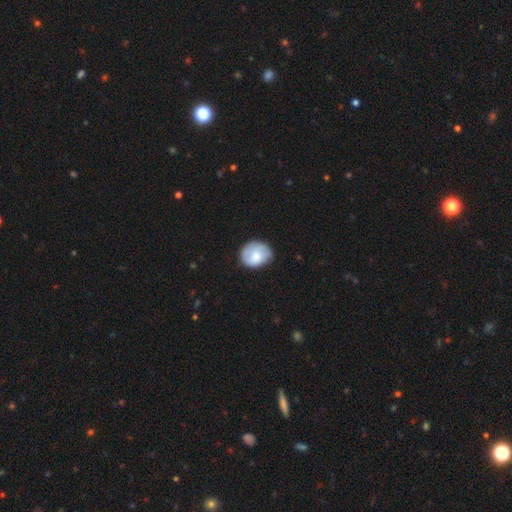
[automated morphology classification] This appears to be a smooth galaxy with no disk features (71%) that is round (55%). Merging: none (71%).